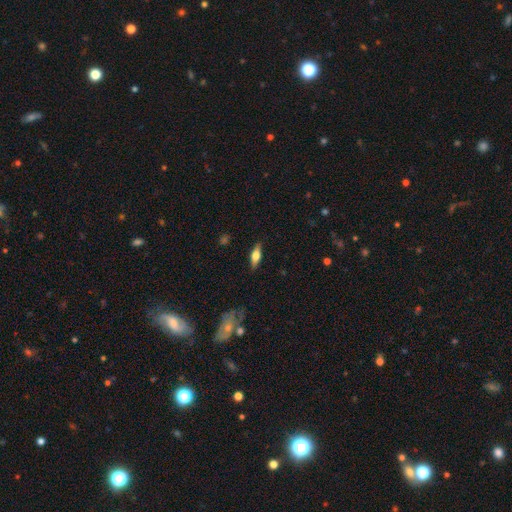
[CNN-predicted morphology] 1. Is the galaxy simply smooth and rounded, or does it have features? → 49% featured or disk, 44% smooth, 7% star or artifact.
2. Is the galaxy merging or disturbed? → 87% none, 9% minor disturbance, 2% major disturbance, 1% merger.